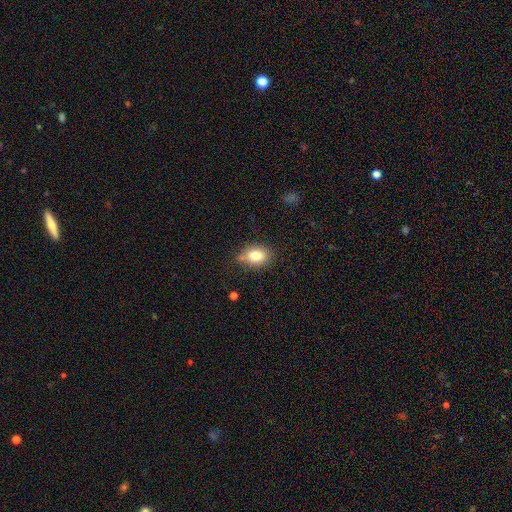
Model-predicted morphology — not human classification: Smooth or featured: smooth — 80% (featured or disk — 11%)
How rounded: in between — 71% (round — 28%)
Merging: none — 72% (minor disturbance — 20%)